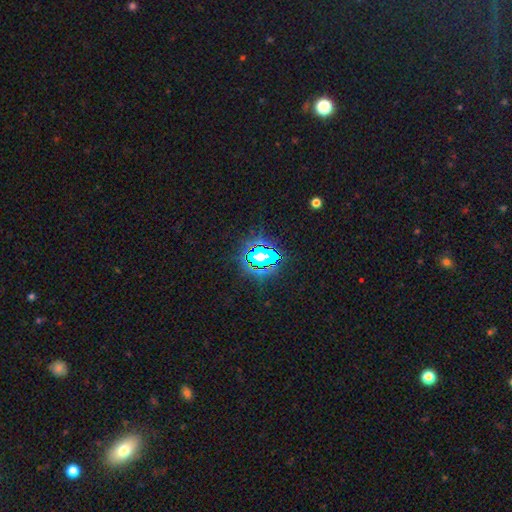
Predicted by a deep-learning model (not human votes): Overall: star or artifact (64%).